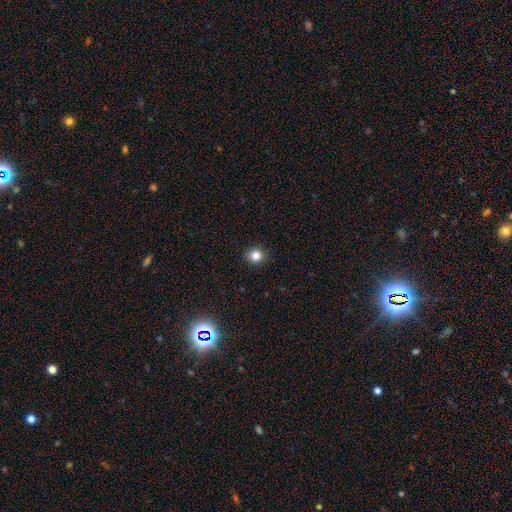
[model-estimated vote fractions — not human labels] A smooth galaxy with no disk features (83%) that is round (89%).

Vote fractions:
- Smooth or featured? smooth: 83% / star or artifact: 12% / featured or disk: 5%
- How rounded? round: 89% / in between: 10% / cigar-shaped: 1%
- Merging? none: 92% / minor disturbance: 6% / major disturbance: 2% / merger: 1%